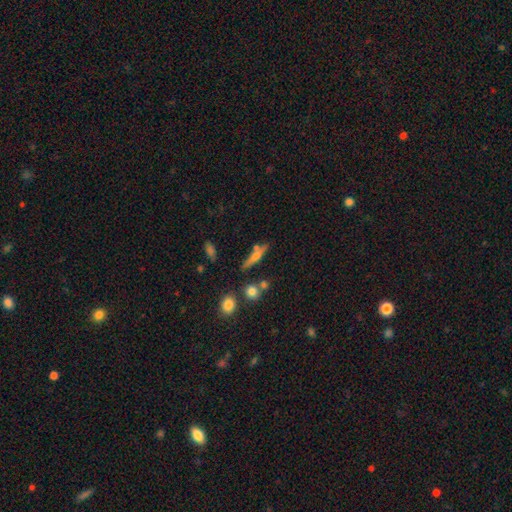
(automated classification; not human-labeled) smooth_or_featured: featured or disk (p=0.52) [alt: smooth p=0.38]
disk_edge_on: yes (p=0.92) [alt: no p=0.08]
merging: none (p=0.73) [alt: minor disturbance p=0.12]